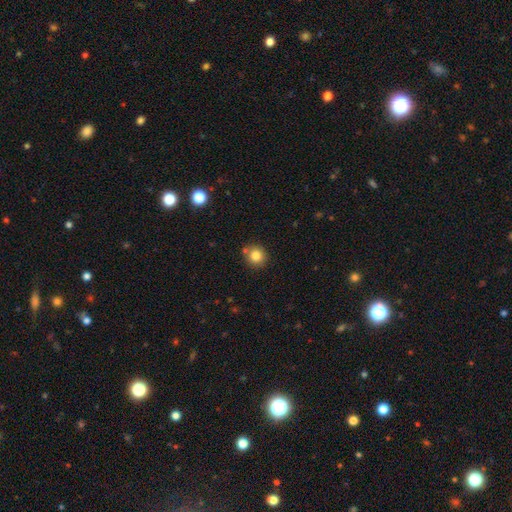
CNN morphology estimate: Smooth or featured? Predicted: smooth (p=0.83). How rounded? Predicted: round (p=0.90). Merging? Predicted: none (p=0.78).